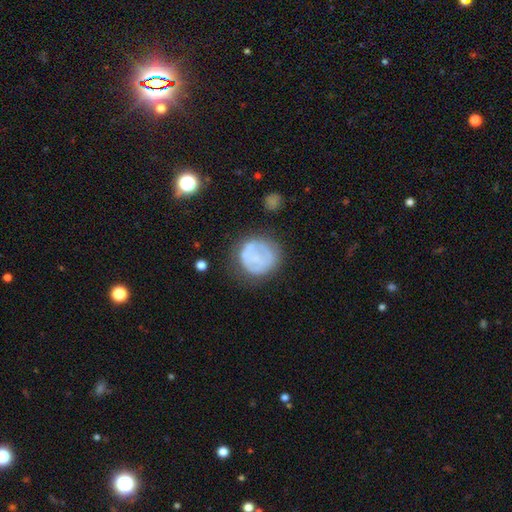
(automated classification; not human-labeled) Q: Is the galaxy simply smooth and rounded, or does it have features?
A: smooth — 47%.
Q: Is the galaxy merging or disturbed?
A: none — 61%.